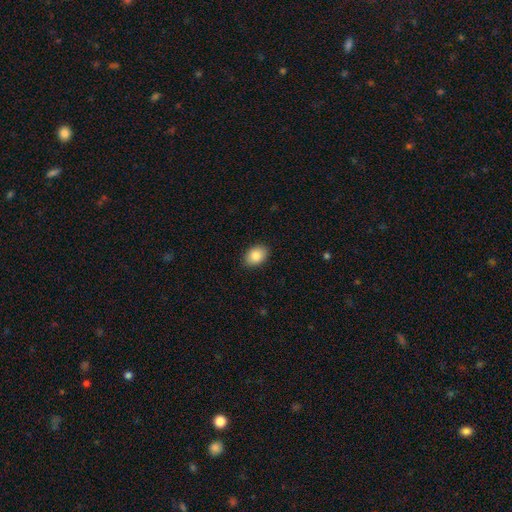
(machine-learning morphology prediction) Smooth or featured: smooth — 86% (star or artifact — 8%)
How rounded: in between — 79% (round — 20%)
Merging: none — 89% (minor disturbance — 8%)